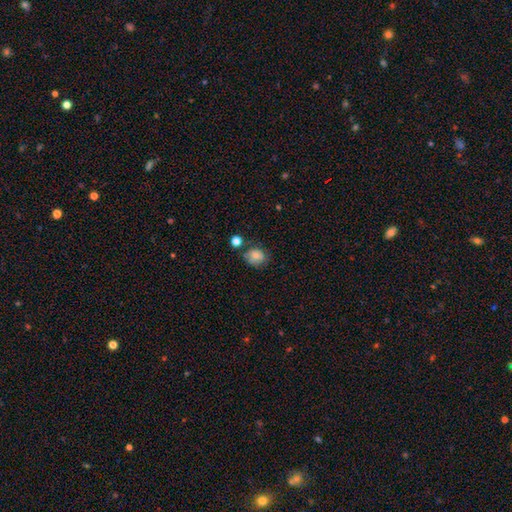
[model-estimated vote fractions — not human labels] This is likely a smooth galaxy (75%). How rounded: likely round (66%). Merging: likely none (61%).